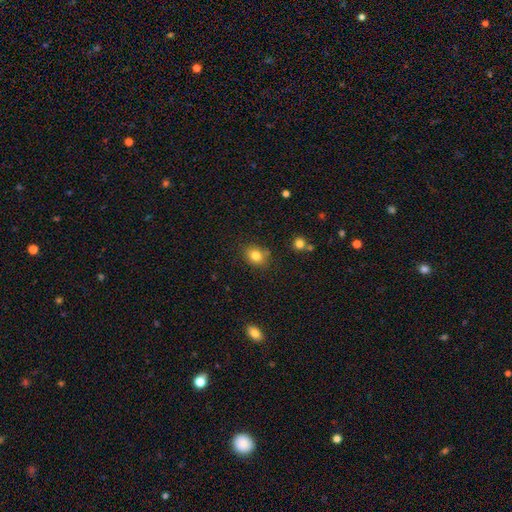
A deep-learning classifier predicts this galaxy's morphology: A smooth galaxy with no disk features (81%) that is round (52%). Merging: none (78%).